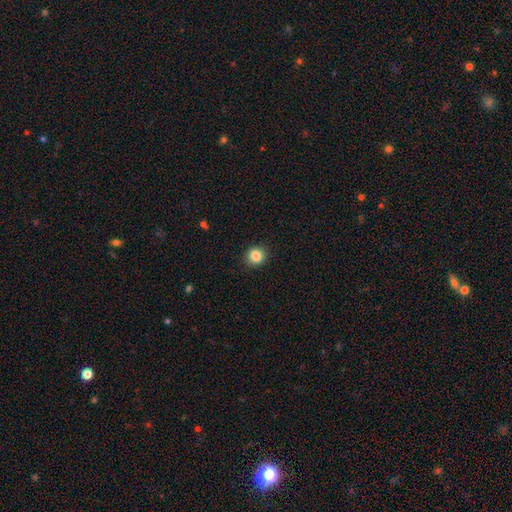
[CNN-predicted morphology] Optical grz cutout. It shows a smooth galaxy with no disk features (84%) that is round (82%). Merging: none (90%).